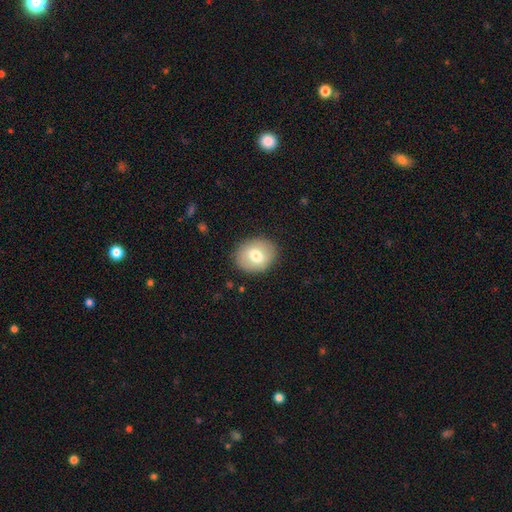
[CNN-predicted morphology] type=smooth (71%); roundness=round (56%); merging=none (87%).